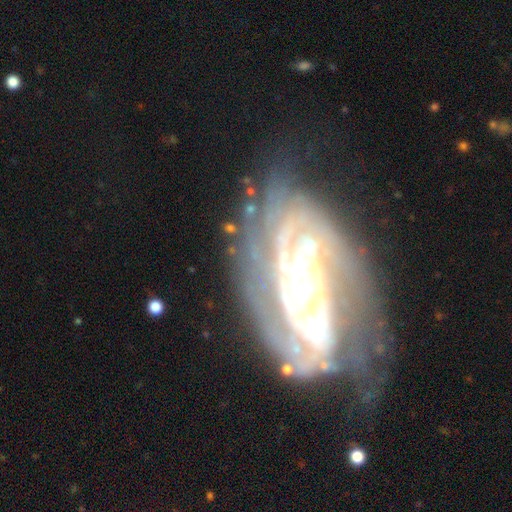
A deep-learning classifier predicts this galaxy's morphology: A featured or disk galaxy (88%) with no bar (45%), 2 (40%) tight (61%) spiral arms (94%) and a moderate central bulge (48%).

Vote fractions:
- Smooth or featured? featured or disk: 88% / star or artifact: 7% / smooth: 6%
- Edge-on disk? no: 94% / yes: 6%
- Bar? no: 45% / weak: 28% / strong: 27%
- Spiral arms? yes: 94% / no: 6%
- Spiral winding? tight: 61% / medium: 30% / loose: 9%
- Spiral arm count? 2: 40% / can't tell: 24% / 3: 15% / 4: 8% / more than 4: 7% / 1: 7%
- Bulge size? moderate: 48% / large: 29% / small: 16% / dominant: 4% / none: 4%
- Merging? none: 59% / minor disturbance: 21% / major disturbance: 16% / merger: 3%